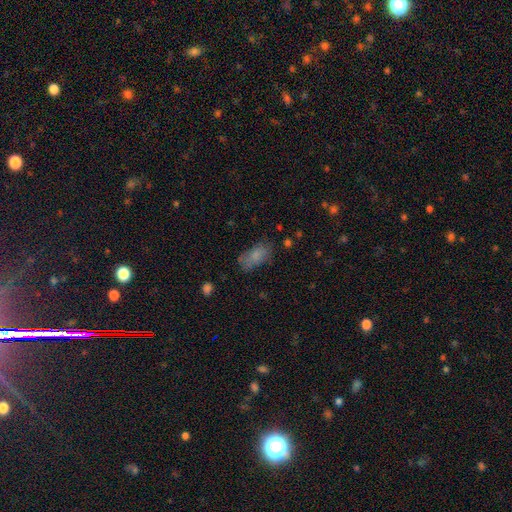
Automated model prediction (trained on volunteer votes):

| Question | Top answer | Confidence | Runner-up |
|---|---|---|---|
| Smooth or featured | smooth | 78% | featured or disk (12%) |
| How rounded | in between | 90% | cigar-shaped (6%) |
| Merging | none | 63% | minor disturbance (24%) |